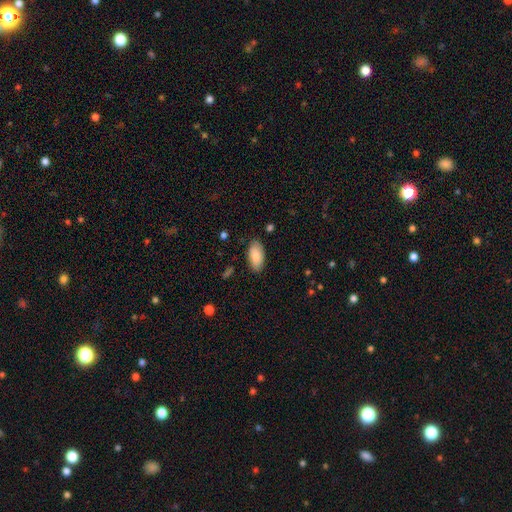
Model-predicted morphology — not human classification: type=smooth (86%); roundness=in between (94%); merging=none (84%).